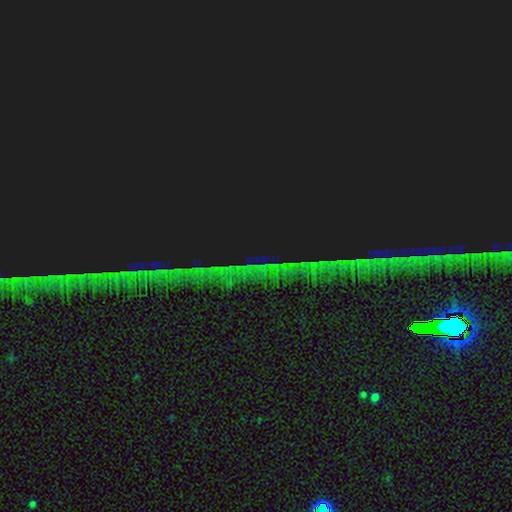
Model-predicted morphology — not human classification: A star or artifact, not a galaxy (87%).

Vote fractions:
- Smooth or featured? star or artifact: 87% / featured or disk: 7% / smooth: 6%